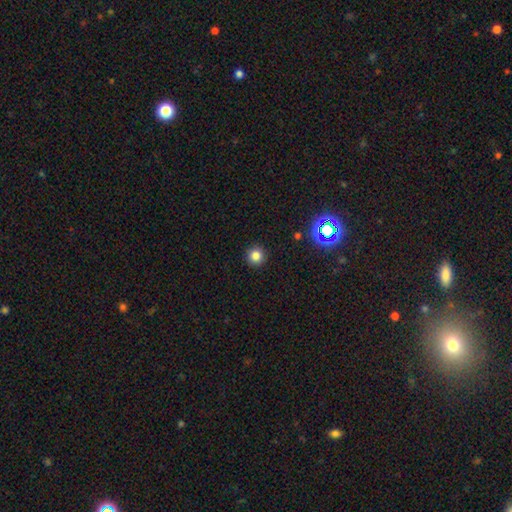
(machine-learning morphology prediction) This appears to be a smooth galaxy with no disk features (81%) that is round (95%). Merging: none (92%).